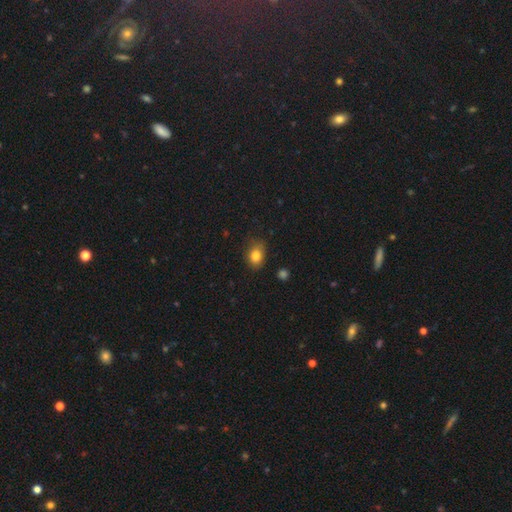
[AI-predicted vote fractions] A smooth galaxy with no disk features (83%) that is in between round and cigar-shaped (62%). Merging: none (71%).